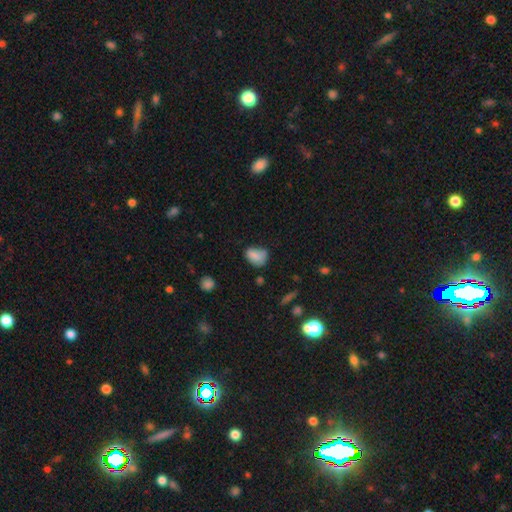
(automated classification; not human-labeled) Overall: smooth (81%). How rounded: in between (75%). Merging: none (48%; minor disturbance 36%).